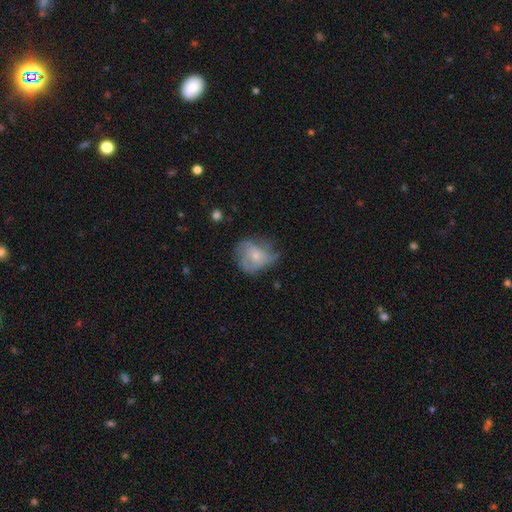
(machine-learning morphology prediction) smooth-or-featured: featured or disk: 56% | smooth: 36% | star or artifact: 9%
  disk-edge-on: no: 97% | yes: 3%
    bar: no: 82% | weak: 16% | strong: 2%
    has-spiral-arms: yes: 71% | no: 29%
    bulge-size: small: 58% | moderate: 34% | none: 5% | large: 2% | dominant: 1%
  merging: none: 47% | minor disturbance: 29% | major disturbance: 22% | merger: 2%